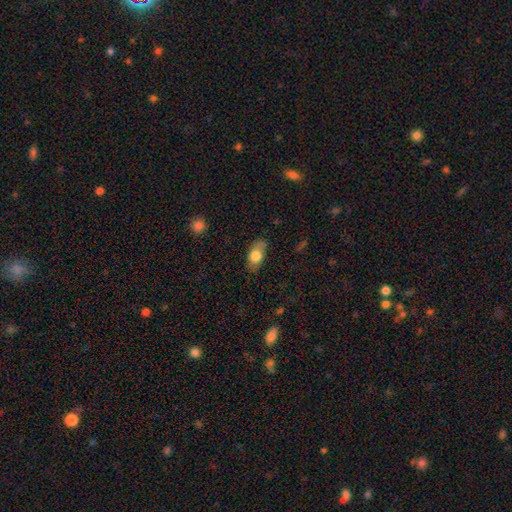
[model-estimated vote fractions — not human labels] Overall: smooth (74%). How rounded: in between (87%). Merging: none (79%).